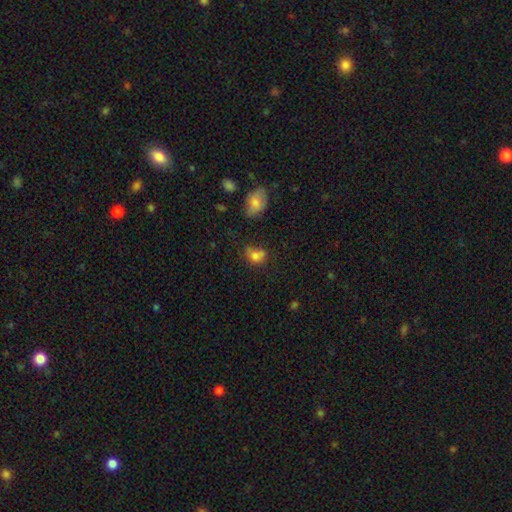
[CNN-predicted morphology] A smooth galaxy with no disk features (74%) that is in between round and cigar-shaped (57%). Merging: none (41%).